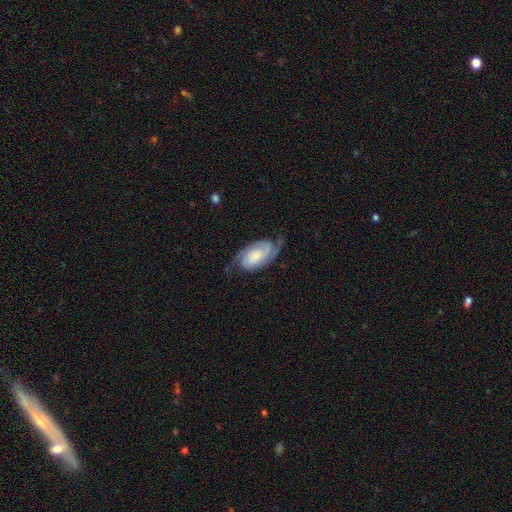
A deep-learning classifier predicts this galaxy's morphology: This is clearly a featured or disk galaxy (83%). It is clearly not viewed edge-on (96%). Bar: likely no (67%). Spiral arm pattern: clearly yes (97%). Spiral arm count: clearly 2 (89%). Spiral winding: possibly tight (46%). Central bulge: possibly small (48%). Merging: likely none (71%).